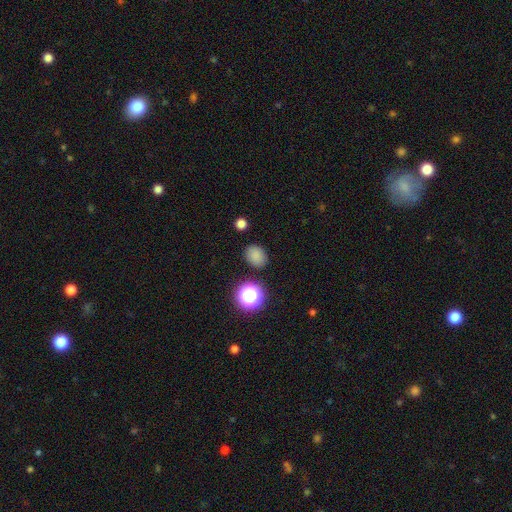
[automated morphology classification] Smooth or featured? smooth (81%)
How rounded? in between (51%)
Merging? none (84%)